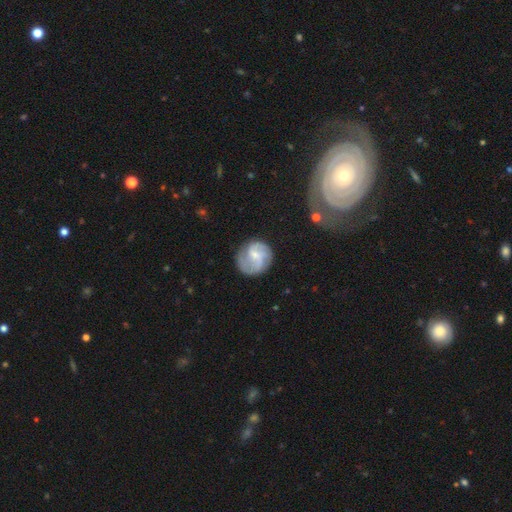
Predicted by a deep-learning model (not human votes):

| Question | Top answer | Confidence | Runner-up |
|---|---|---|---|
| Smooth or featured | featured or disk | 69% | smooth (25%) |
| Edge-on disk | no | 98% | yes (2%) |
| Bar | weak | 54% | no (33%) |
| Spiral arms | yes | 91% | no (9%) |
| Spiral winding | medium | 45% | loose (33%) |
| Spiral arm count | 2 | 50% | 3 (20%) |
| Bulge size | small | 56% | moderate (29%) |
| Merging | none | 72% | minor disturbance (17%) |